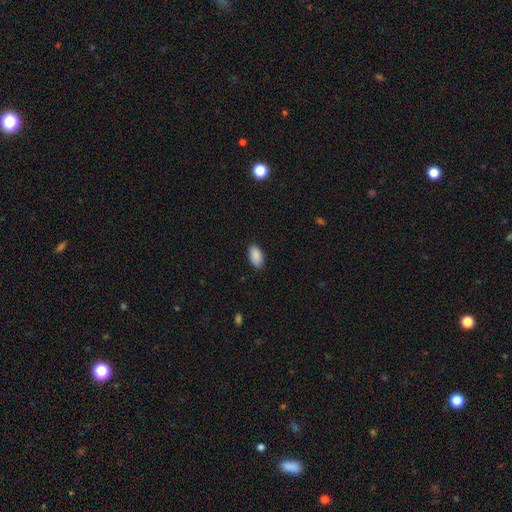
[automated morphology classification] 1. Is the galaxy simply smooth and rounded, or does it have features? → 90% smooth, 7% star or artifact, 3% featured or disk.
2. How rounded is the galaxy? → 94% in between, 3% round, 3% cigar-shaped.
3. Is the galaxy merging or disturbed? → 86% none, 11% minor disturbance, 2% major disturbance, 1% merger.